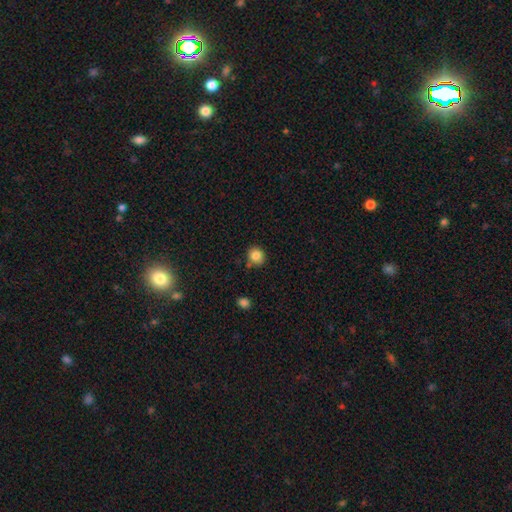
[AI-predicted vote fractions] smooth_or_featured: smooth (p=0.85) [alt: star or artifact p=0.10]
how_rounded: round (p=0.84) [alt: in between p=0.15]
merging: none (p=0.81) [alt: minor disturbance p=0.11]